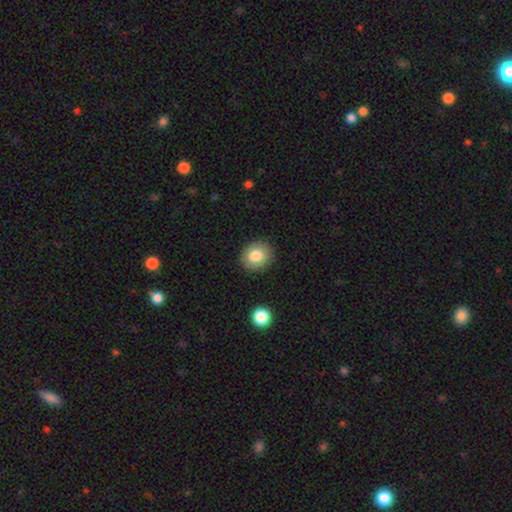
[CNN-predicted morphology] Q: Smooth or featured?
A: smooth (82%); runner-up: featured or disk (9%)
Q: How rounded?
A: round (71%); runner-up: in between (28%)
Q: Merging?
A: none (89%); runner-up: minor disturbance (8%)